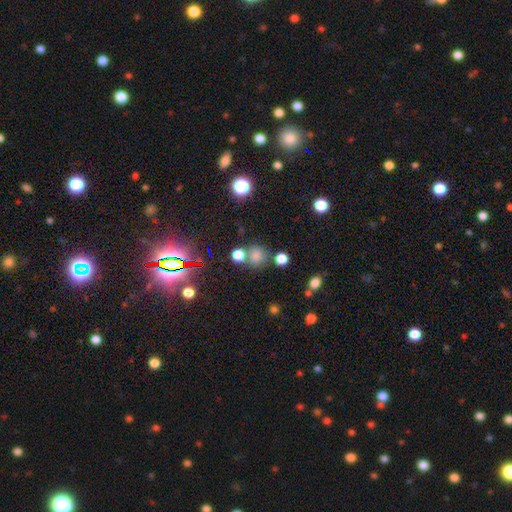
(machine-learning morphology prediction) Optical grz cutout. It shows a smooth galaxy with no disk features (73%) that is round (86%). Merging: none (67%).